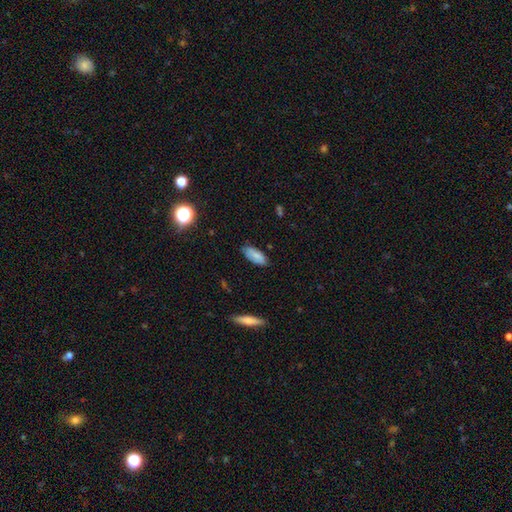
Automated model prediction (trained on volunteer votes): Overall: smooth (78%). How rounded: in between (86%). Merging: none (77%).